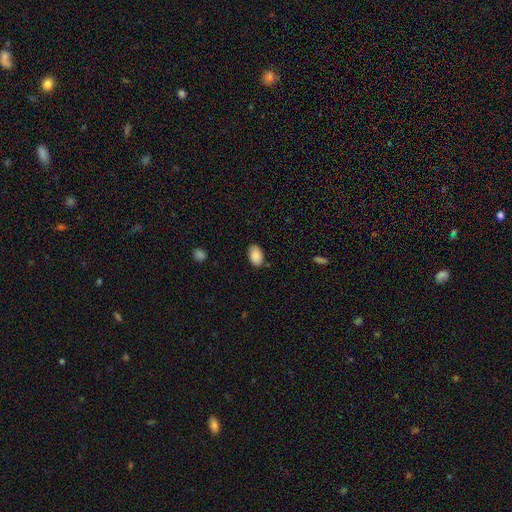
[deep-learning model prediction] Smooth or featured? Predicted: smooth (p=0.88). How rounded? Predicted: in between (p=0.92). Merging? Predicted: none (p=0.82).